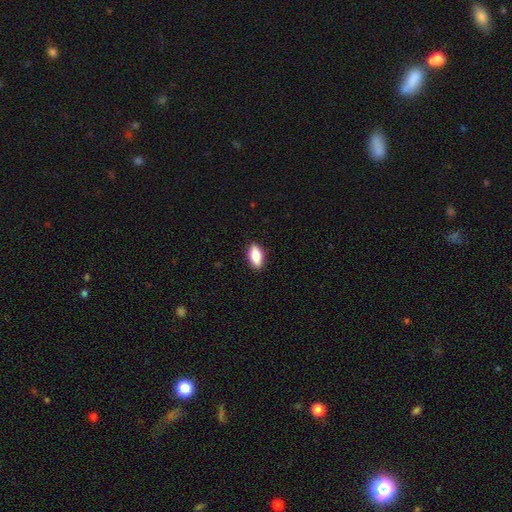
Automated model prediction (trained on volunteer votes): Q: Smooth or featured?
A: smooth (80%); runner-up: featured or disk (13%)
Q: How rounded?
A: in between (87%); runner-up: cigar-shaped (10%)
Q: Merging?
A: none (88%); runner-up: minor disturbance (9%)